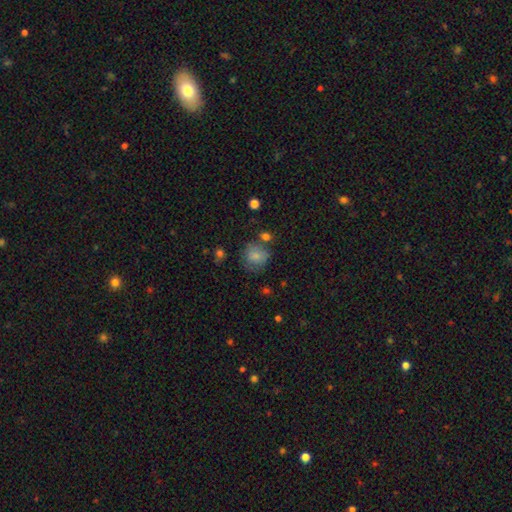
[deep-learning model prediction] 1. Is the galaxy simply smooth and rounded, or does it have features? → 79% smooth, 12% featured or disk, 10% star or artifact.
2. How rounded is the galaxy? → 80% round, 19% in between, 1% cigar-shaped.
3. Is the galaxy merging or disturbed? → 61% none, 21% minor disturbance, 10% major disturbance, 8% merger.